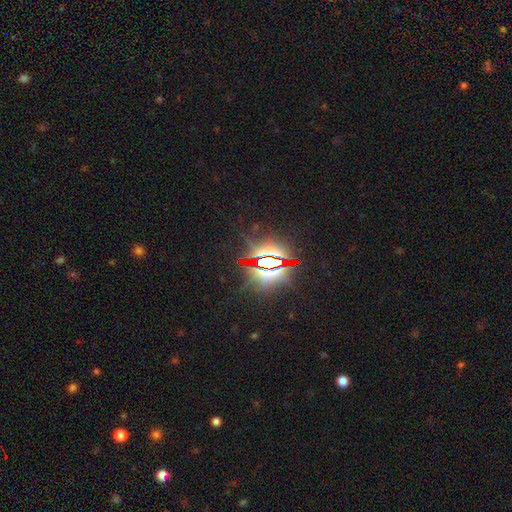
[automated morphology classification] A star or artifact, not a galaxy (85%).